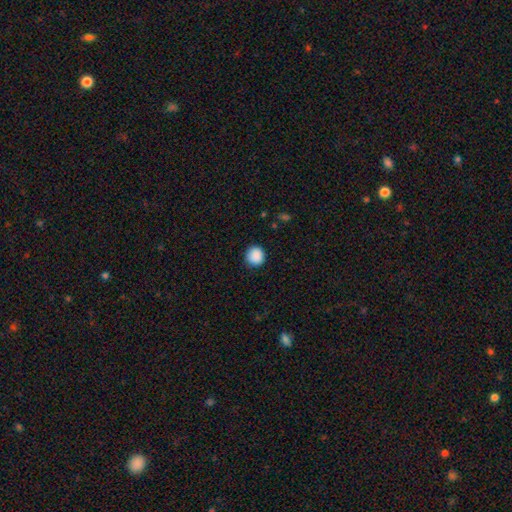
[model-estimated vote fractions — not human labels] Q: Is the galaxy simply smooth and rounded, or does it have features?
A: smooth — 89%.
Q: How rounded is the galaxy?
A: round — 89%.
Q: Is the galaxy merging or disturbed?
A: none — 89%.